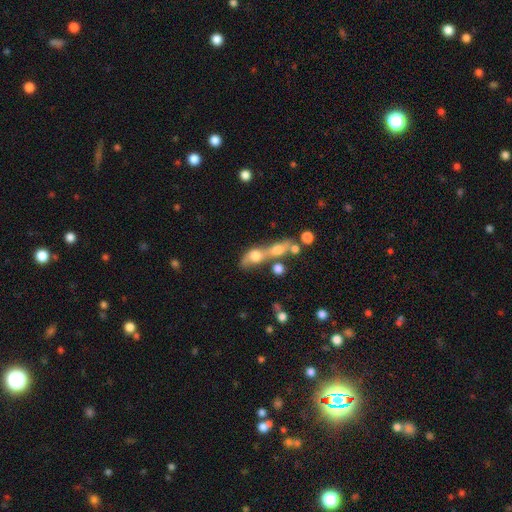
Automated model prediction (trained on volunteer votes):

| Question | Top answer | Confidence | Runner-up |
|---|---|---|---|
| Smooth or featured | smooth | 56% | featured or disk (31%) |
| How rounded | in between | 57% | round (29%) |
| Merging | merger | 66% | none (16%) |